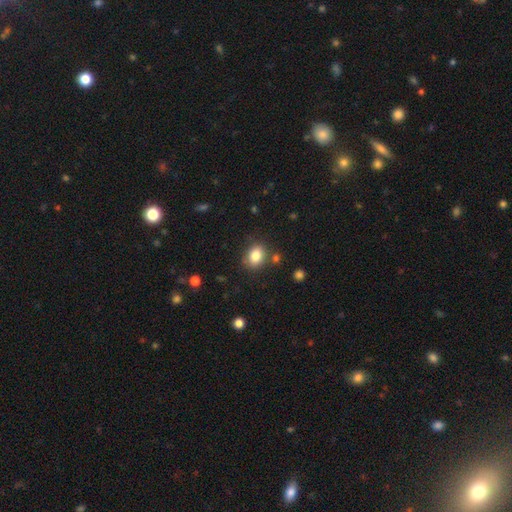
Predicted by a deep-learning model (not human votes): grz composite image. It shows a smooth galaxy with no disk features (82%) that is in between round and cigar-shaped (55%). Merging: none (79%).